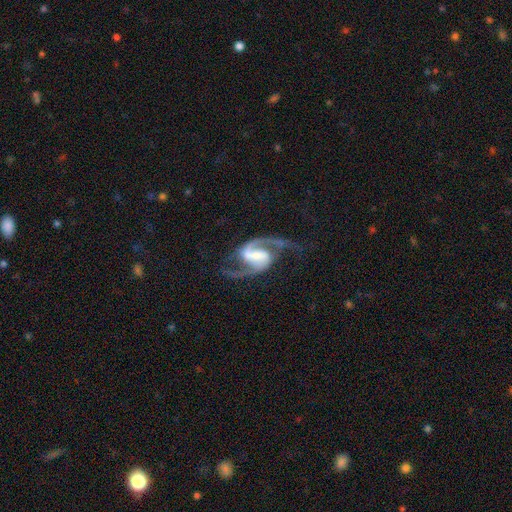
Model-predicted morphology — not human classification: Overall: featured or disk (92%). Edge-on disk: no (98%). Bar: weak (41%; strong 40%). Spiral arms: yes (98%). Spiral arm count: 2 (94%). Spiral winding: medium (54%; loose 35%). Bulge size: moderate (31%; small 29%). Merging: none (70%).